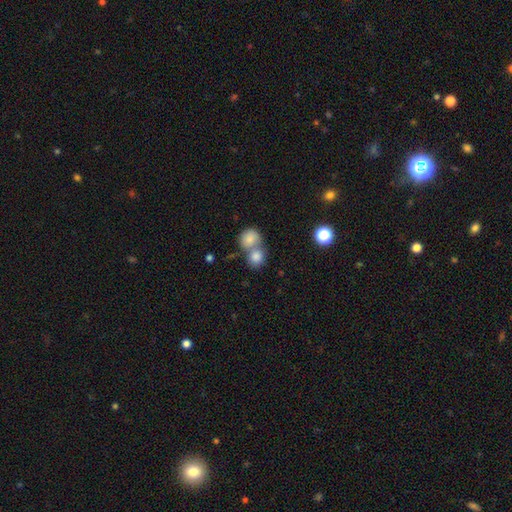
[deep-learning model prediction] A smooth galaxy with no disk features (64%) that is round (71%). Merging: merger (51%).